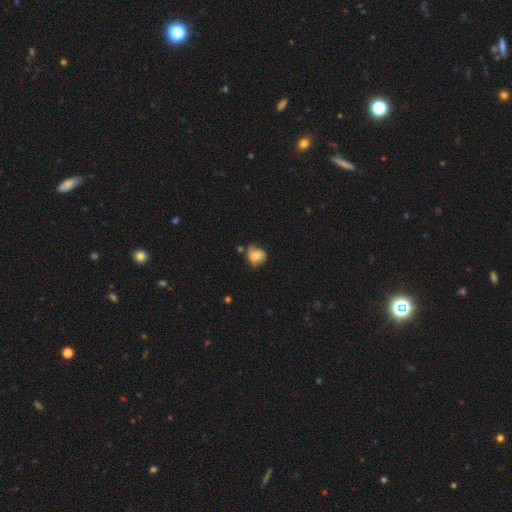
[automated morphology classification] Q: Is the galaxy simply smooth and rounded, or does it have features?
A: smooth — 66%.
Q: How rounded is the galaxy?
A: round — 71%.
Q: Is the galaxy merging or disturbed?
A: none — 47%.